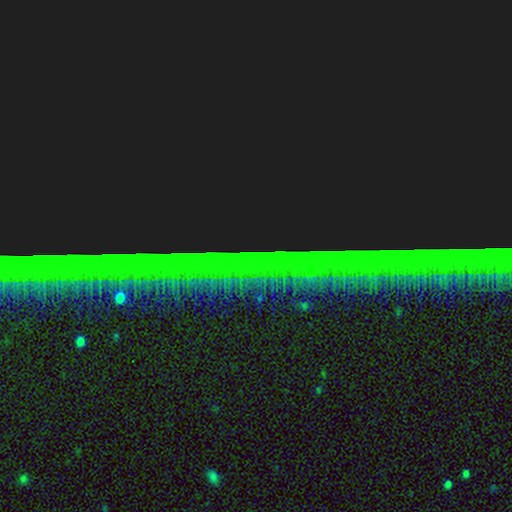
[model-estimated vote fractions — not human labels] The model was most divided on "smooth or featured": star or artifact: 87%, featured or disk: 7%, smooth: 6%.